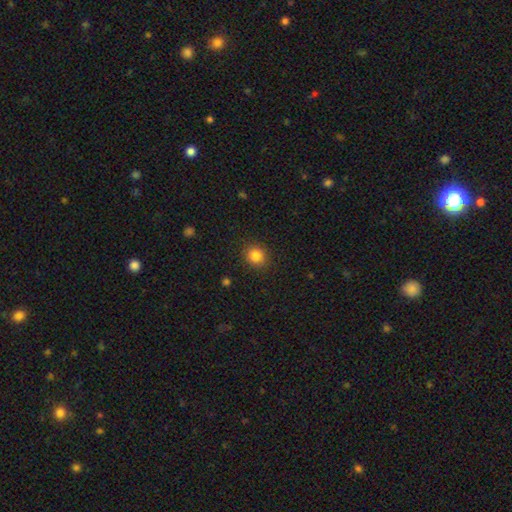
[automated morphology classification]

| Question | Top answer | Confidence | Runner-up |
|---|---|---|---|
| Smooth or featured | smooth | 84% | star or artifact (11%) |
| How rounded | round | 80% | in between (19%) |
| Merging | none | 90% | minor disturbance (7%) |